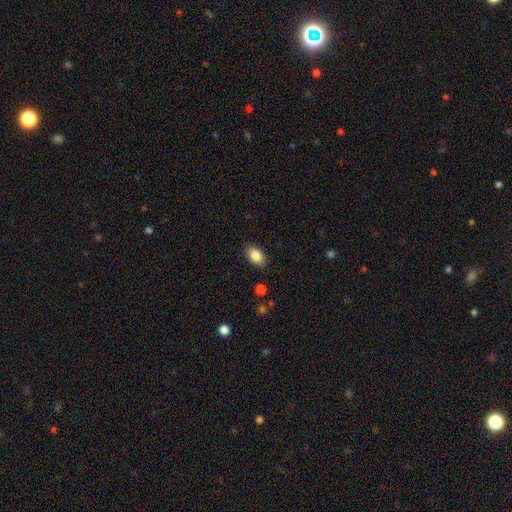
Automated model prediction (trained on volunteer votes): This is clearly a smooth galaxy (86%). How rounded: clearly in between (88%). Merging: clearly none (86%).